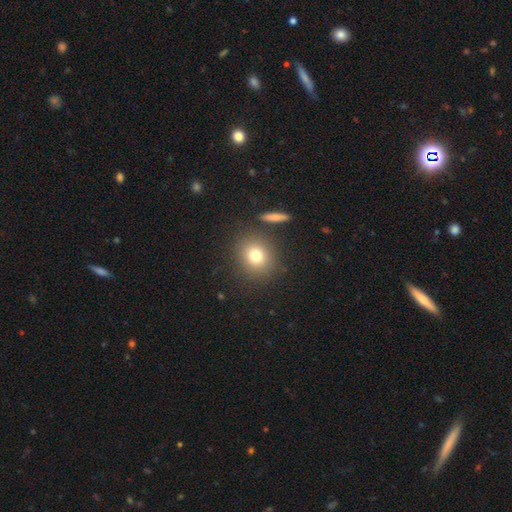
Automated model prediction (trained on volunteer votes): Smooth or featured?
  - smooth: 77% *
  - star or artifact: 13%
  - featured or disk: 11%
How rounded?
  - round: 78% *
  - in between: 21%
  - cigar-shaped: 1%
Merging?
  - none: 85% *
  - minor disturbance: 8%
  - merger: 4%
  - major disturbance: 3%